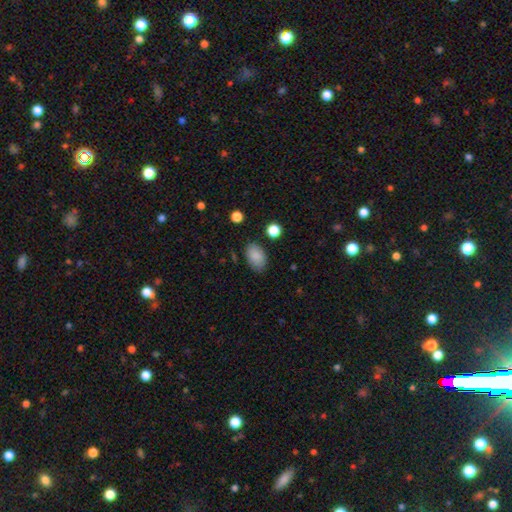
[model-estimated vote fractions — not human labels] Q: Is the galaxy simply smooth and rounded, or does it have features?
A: smooth — 87%.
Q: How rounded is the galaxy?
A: in between — 89%.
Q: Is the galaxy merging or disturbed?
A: none — 82%.